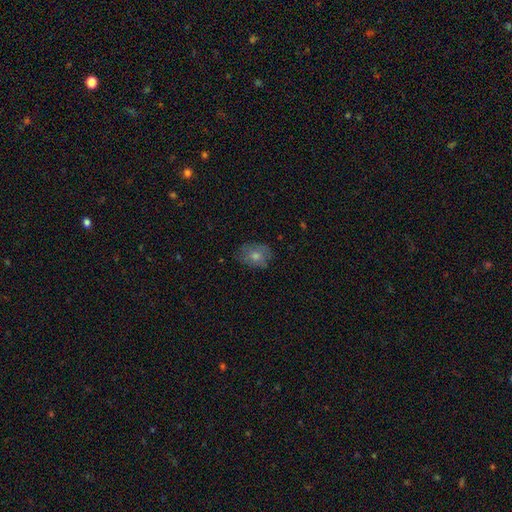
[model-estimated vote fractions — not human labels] Q: Smooth or featured?
A: smooth (57%); runner-up: featured or disk (28%)
Q: How rounded?
A: in between (53%); runner-up: round (46%)
Q: Merging?
A: none (74%); runner-up: minor disturbance (19%)